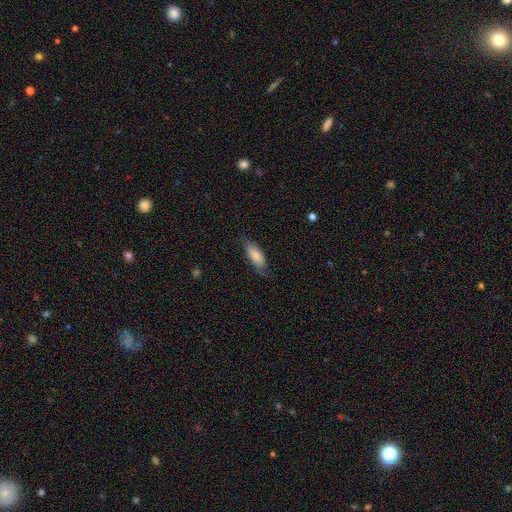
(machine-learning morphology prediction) Overall: smooth (78%). How rounded: in between (79%). Merging: none (67%).